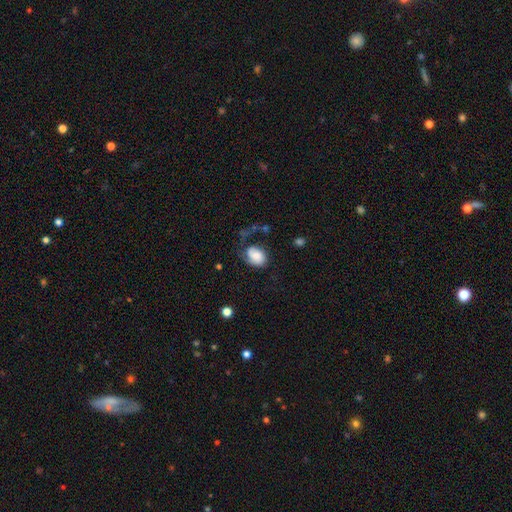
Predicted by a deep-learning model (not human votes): A smooth galaxy with no disk features (62%) that is in between round and cigar-shaped (74%). Merging: none (36%).